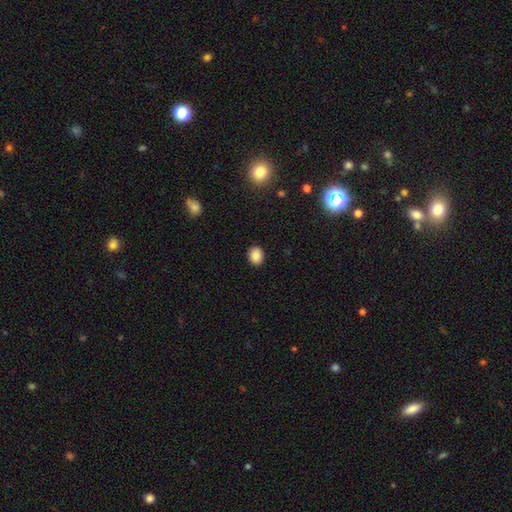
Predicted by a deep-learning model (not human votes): The model was most divided on "how rounded": round: 60%, in between: 39%, cigar-shaped: 1%. More confident: merging — none (90%); smooth or featured — smooth (87%).